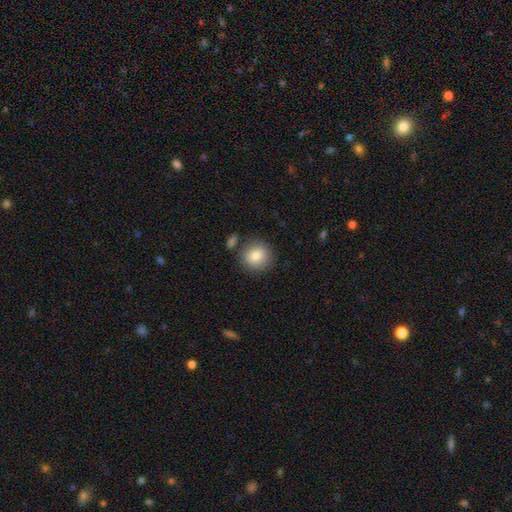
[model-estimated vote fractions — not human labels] Morphology: type=smooth (82%); roundness=round (89%); merging=none (81%).